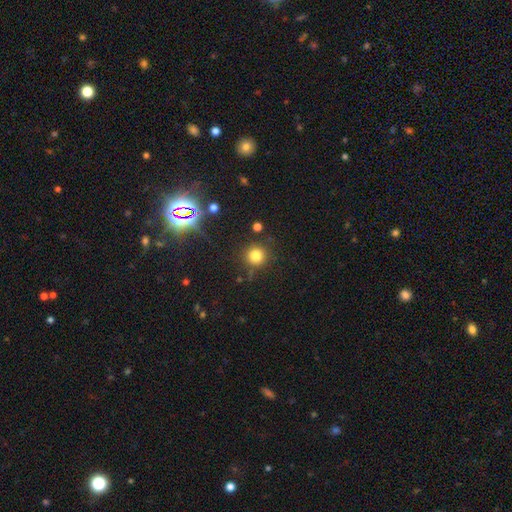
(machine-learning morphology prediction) smooth 77%, star or artifact 17%, featured or disk 6%. Down the decision tree: how rounded — round (94%); merging — none (85%).